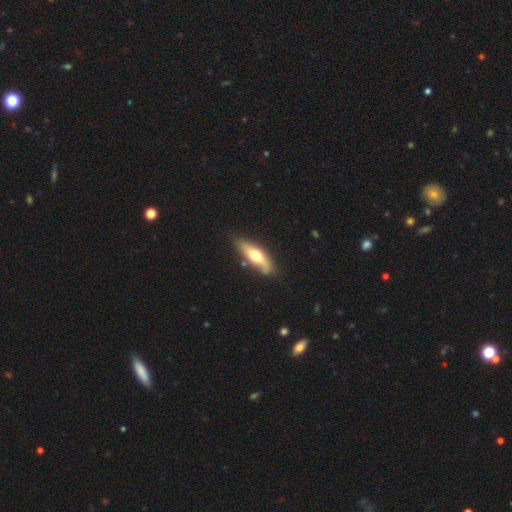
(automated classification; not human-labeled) smooth 50%, featured or disk 45%, star or artifact 5%. Down the decision tree: merging — none (76%).